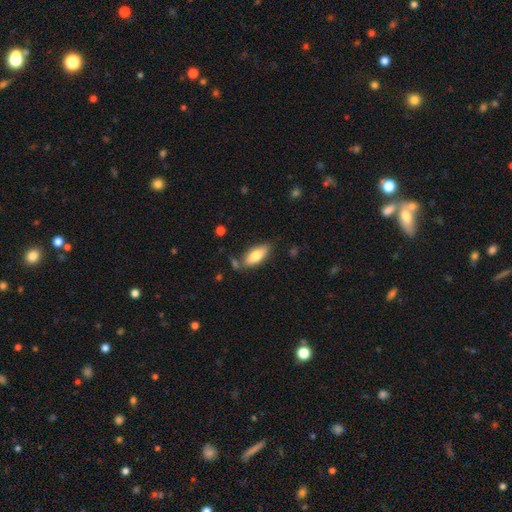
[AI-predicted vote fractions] Smooth or featured?
  - smooth: 77% *
  - featured or disk: 16%
  - star or artifact: 6%
How rounded?
  - in between: 80% *
  - cigar-shaped: 18%
  - round: 2%
Merging?
  - none: 74% *
  - minor disturbance: 16%
  - merger: 6%
  - major disturbance: 4%